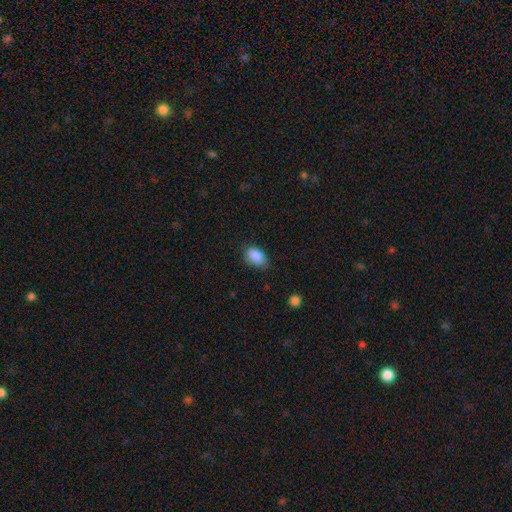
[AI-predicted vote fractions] Smooth or featured? smooth (88%)
How rounded? in between (89%)
Merging? none (74%)